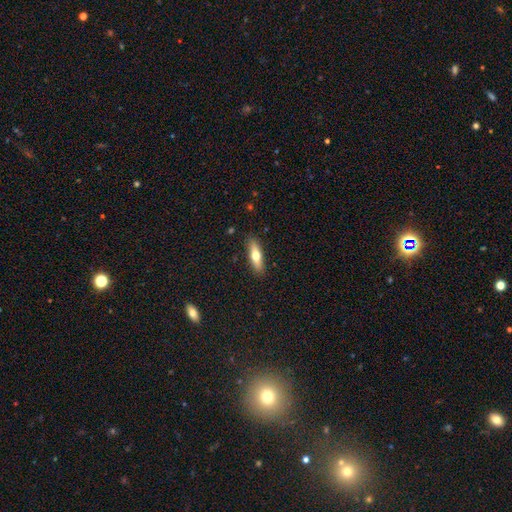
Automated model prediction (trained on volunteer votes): Smooth or featured? smooth (63%)
How rounded? cigar-shaped (55%)
Merging? none (88%)